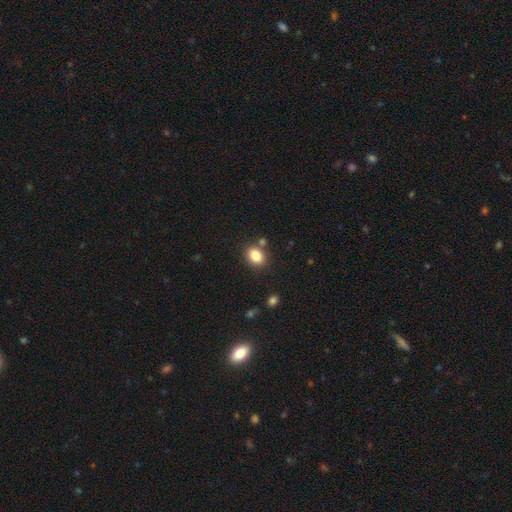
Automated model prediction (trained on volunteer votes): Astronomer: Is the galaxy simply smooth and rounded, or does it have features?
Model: smooth — 83%.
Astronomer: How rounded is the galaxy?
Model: in between — 68%.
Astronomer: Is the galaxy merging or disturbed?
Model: none — 77%.